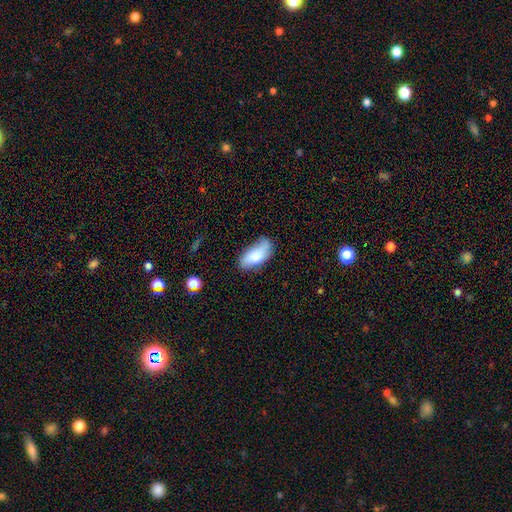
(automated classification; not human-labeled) Smooth or featured? Predicted: smooth (p=0.75). How rounded? Predicted: in between (p=0.90). Merging? Predicted: none (p=0.62).